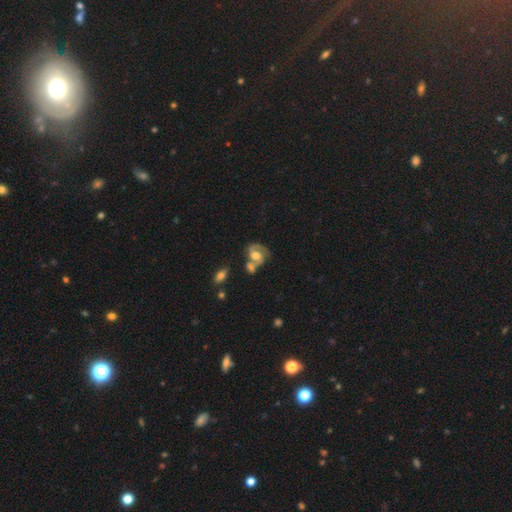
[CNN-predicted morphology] The model was most divided on "merging": none: 38%, merger: 37%, minor disturbance: 15%, major disturbance: 10%. More confident: edge-on disk — no (97%); spiral arms — yes (88%); spiral arm count — 2 (78%); smooth or featured — featured or disk (73%); bulge size — moderate (54%); bar — no (54%); spiral winding — medium (50%).